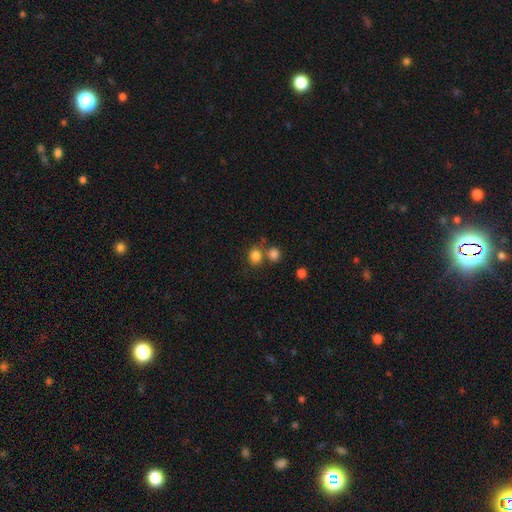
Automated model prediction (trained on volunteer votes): The model was most divided on "merging": none: 60%, merger: 26%, minor disturbance: 10%, major disturbance: 4%. More confident: smooth or featured — smooth (82%); how rounded — round (71%).